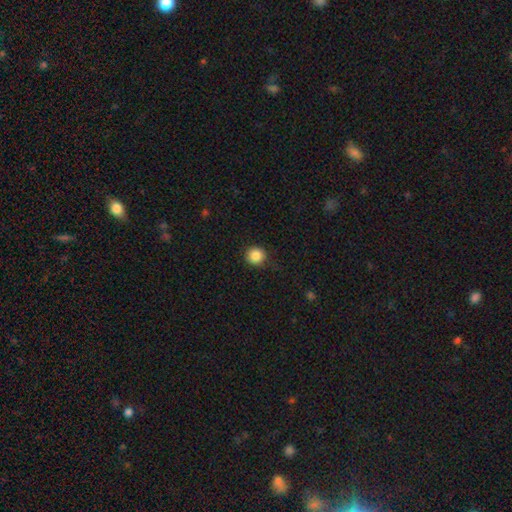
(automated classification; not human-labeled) Overall: smooth (87%). How rounded: round (94%). Merging: none (87%).